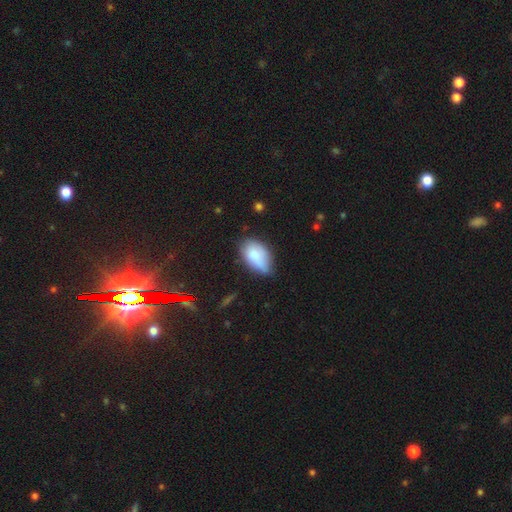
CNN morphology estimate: Smooth or featured?
  - smooth: 81% *
  - featured or disk: 12%
  - star or artifact: 7%
How rounded?
  - in between: 93% *
  - round: 5%
  - cigar-shaped: 2%
Merging?
  - none: 51% *
  - minor disturbance: 37%
  - major disturbance: 8%
  - merger: 3%